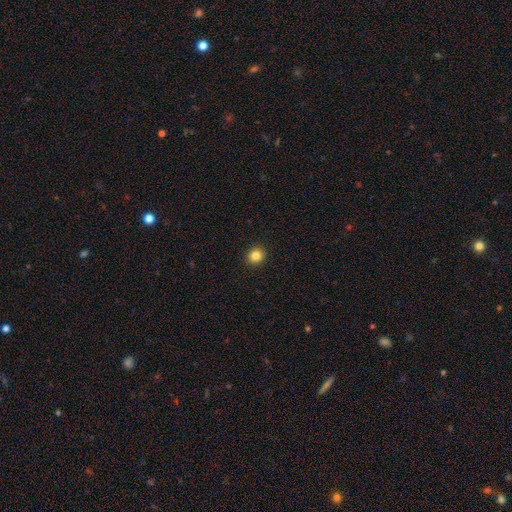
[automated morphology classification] Smooth or featured: smooth — 84% (star or artifact — 11%)
How rounded: round — 84% (in between — 15%)
Merging: none — 92% (minor disturbance — 5%)